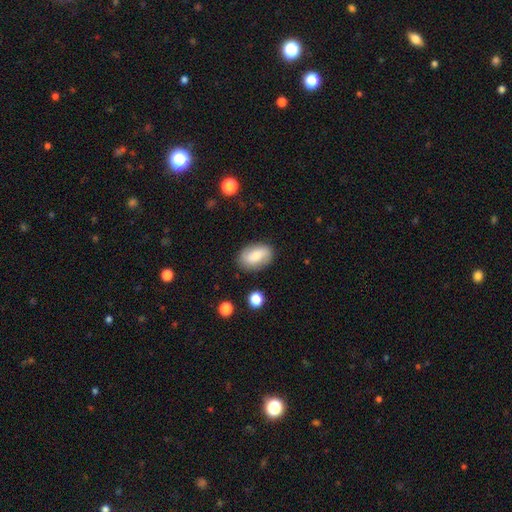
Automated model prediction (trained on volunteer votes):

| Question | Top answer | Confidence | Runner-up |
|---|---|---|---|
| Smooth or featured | smooth | 65% | featured or disk (27%) |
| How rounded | in between | 88% | round (11%) |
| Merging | none | 82% | minor disturbance (13%) |